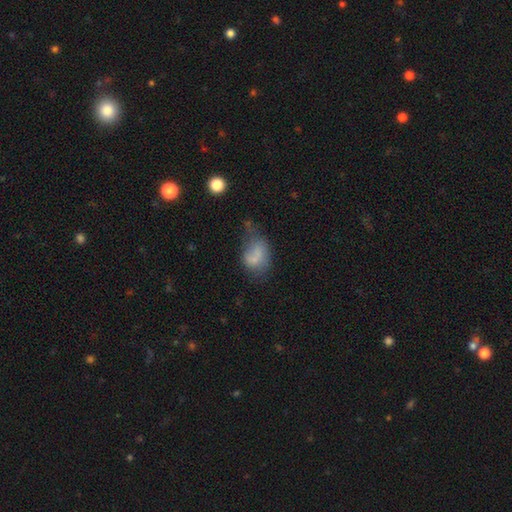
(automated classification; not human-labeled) Smooth or featured? Predicted: smooth (p=0.67). How rounded? Predicted: in between (p=0.73). Merging? Predicted: minor disturbance (p=0.27, tied with none).